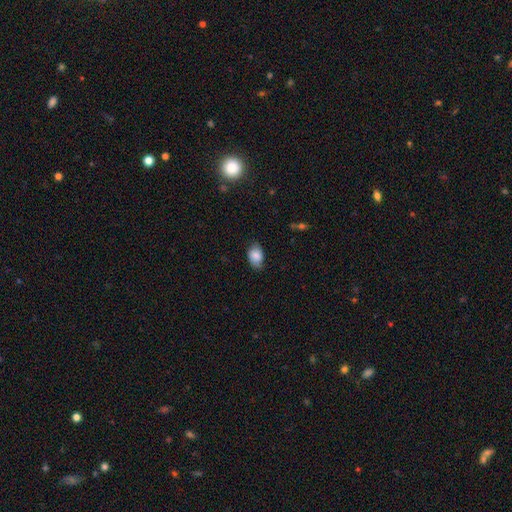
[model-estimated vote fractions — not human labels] Smooth or featured: smooth — 83% (featured or disk — 10%)
How rounded: in between — 85% (round — 13%)
Merging: none — 77% (minor disturbance — 19%)